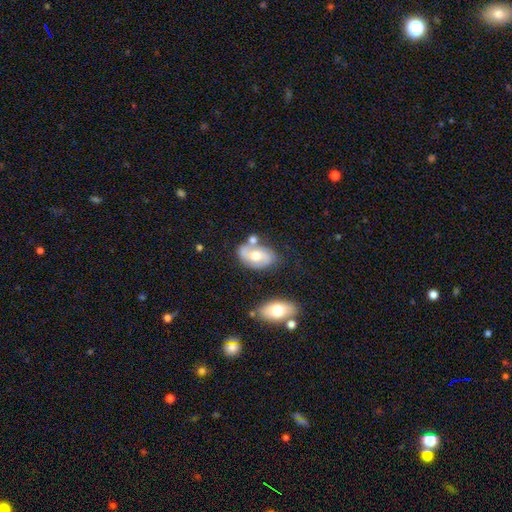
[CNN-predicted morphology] featured or disk 58%, smooth 35%, star or artifact 7%. Down the decision tree: edge-on disk — no (95%); bar — no (59%); spiral arms — yes (77%); bulge size — moderate (73%); merging — none (54%).